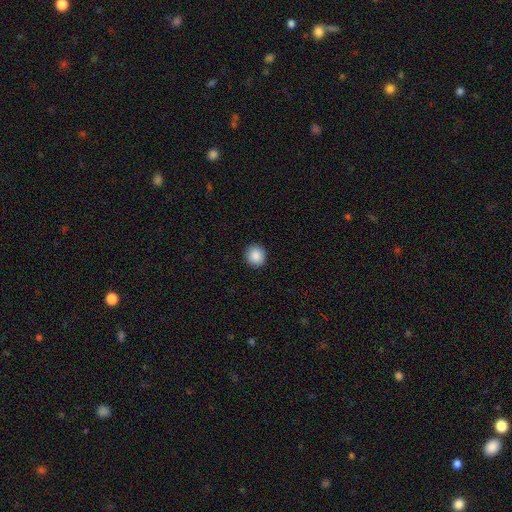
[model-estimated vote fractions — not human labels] A smooth galaxy with no disk features (88%) that is round (91%).

Vote fractions:
- Smooth or featured? smooth: 88% / star or artifact: 8% / featured or disk: 3%
- How rounded? round: 91% / in between: 8% / cigar-shaped: 1%
- Merging? none: 92% / minor disturbance: 6% / major disturbance: 2% / merger: 1%